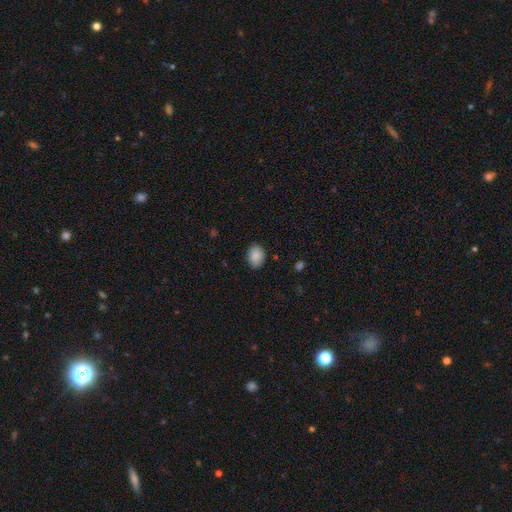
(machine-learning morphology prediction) Q: Smooth or featured?
A: smooth (89%); runner-up: star or artifact (8%)
Q: How rounded?
A: in between (71%); runner-up: round (28%)
Q: Merging?
A: none (84%); runner-up: minor disturbance (13%)